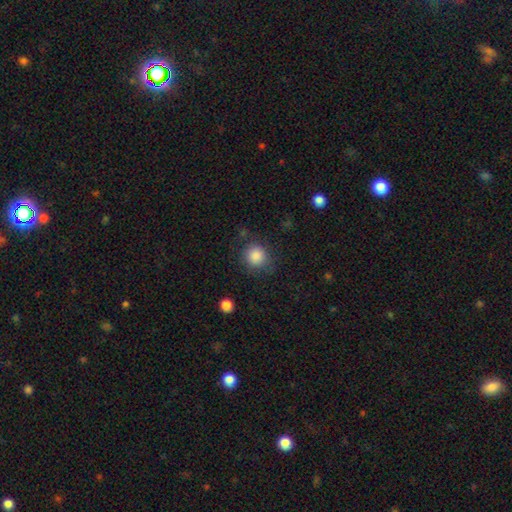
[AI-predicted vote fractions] Smooth or featured? Predicted: smooth (p=0.87). How rounded? Predicted: round (p=0.88). Merging? Predicted: none (p=0.80).